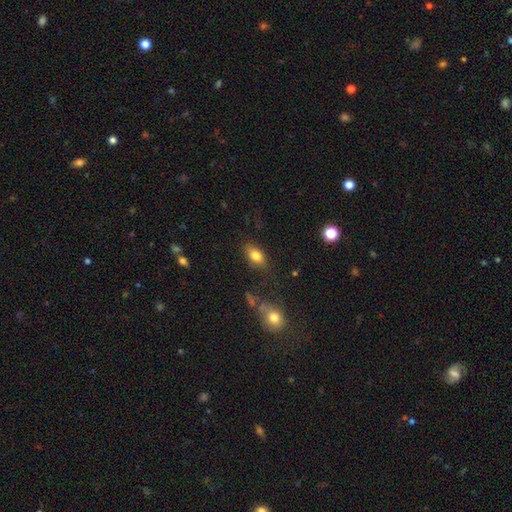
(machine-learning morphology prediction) A smooth galaxy with no disk features (79%) that is in between round and cigar-shaped (86%). Merging: none (78%).